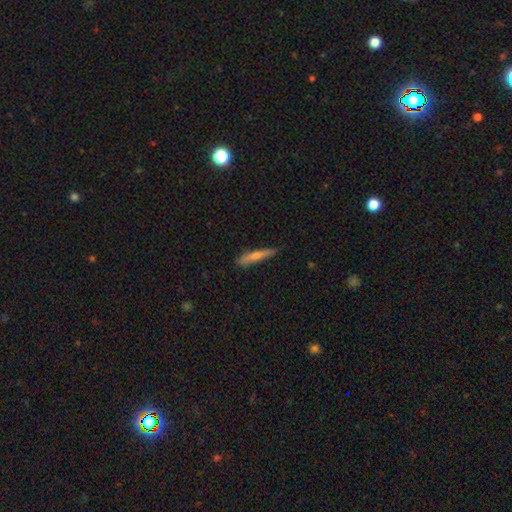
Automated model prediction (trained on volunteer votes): smooth_or_featured: featured or disk (p=0.48) [alt: smooth p=0.42]
merging: none (p=0.82) [alt: minor disturbance p=0.14]